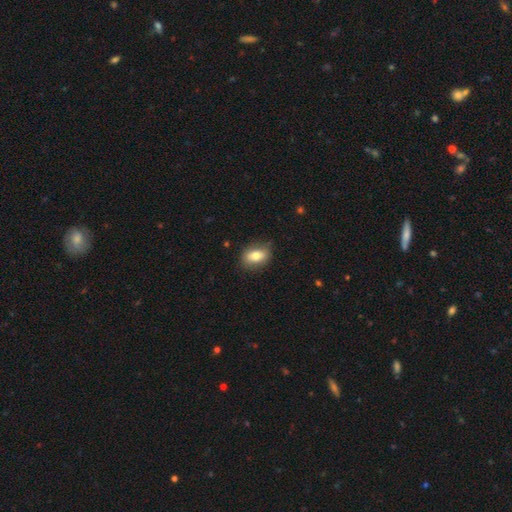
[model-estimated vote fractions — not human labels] Smooth or featured? smooth (76%)
How rounded? in between (81%)
Merging? none (80%)